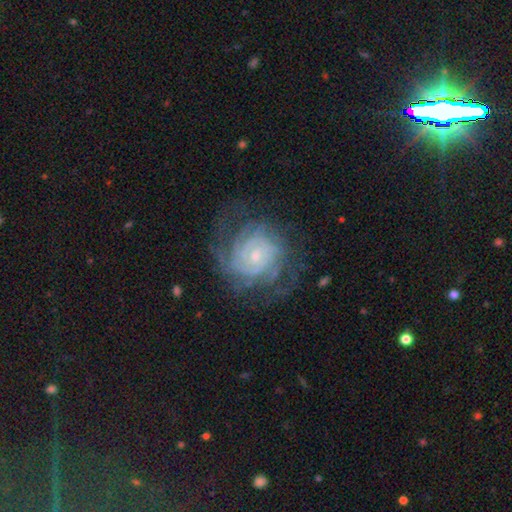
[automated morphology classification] A featured or disk galaxy (84%) with no bar (72%), tight (72%) spiral arms (96%) and a small central bulge (72%). Merging: none (70%).